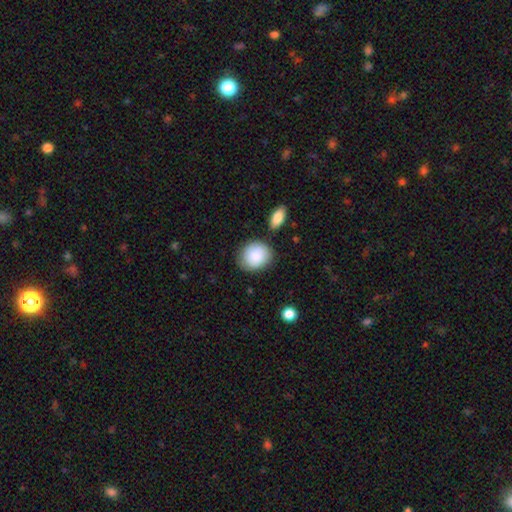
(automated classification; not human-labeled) Smooth or featured? smooth (87%)
How rounded? round (69%)
Merging? none (76%)